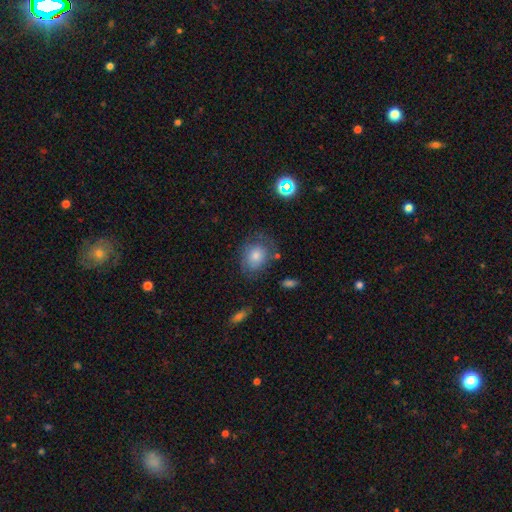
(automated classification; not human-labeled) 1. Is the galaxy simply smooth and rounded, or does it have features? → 64% smooth, 23% featured or disk, 13% star or artifact.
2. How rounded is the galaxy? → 59% round, 40% in between, 1% cigar-shaped.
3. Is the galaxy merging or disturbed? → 63% none, 22% minor disturbance, 11% major disturbance, 3% merger.